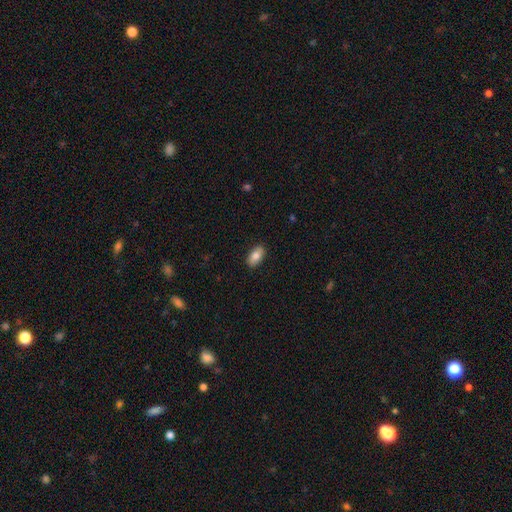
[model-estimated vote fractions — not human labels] smooth 82%, featured or disk 12%, star or artifact 7%. Down the decision tree: how rounded — in between (93%); merging — none (89%).